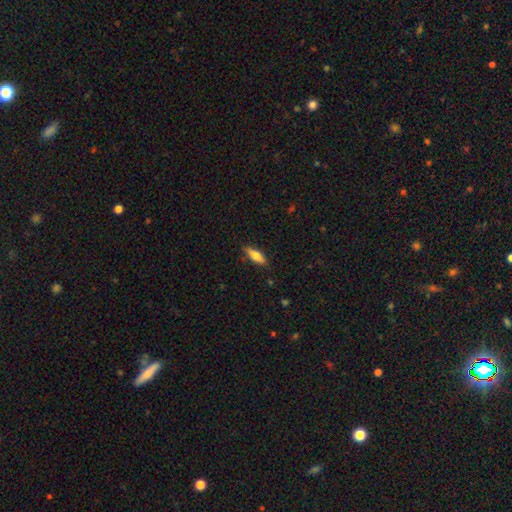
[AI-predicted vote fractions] Smooth or featured? smooth (70%)
How rounded? in between (54%)
Merging? none (84%)